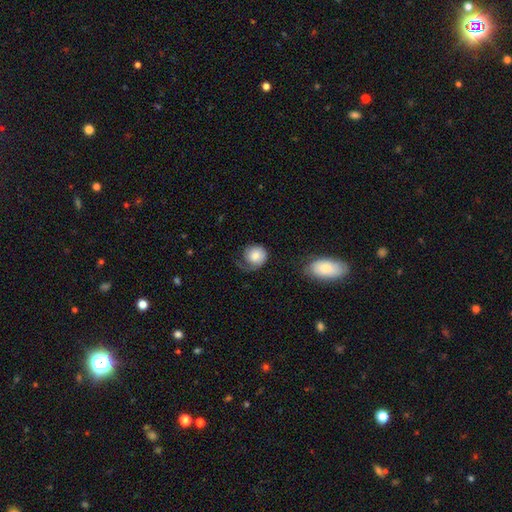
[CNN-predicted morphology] smooth 70%, featured or disk 23%, star or artifact 7%. Down the decision tree: how rounded — round (83%); merging — none (38%).